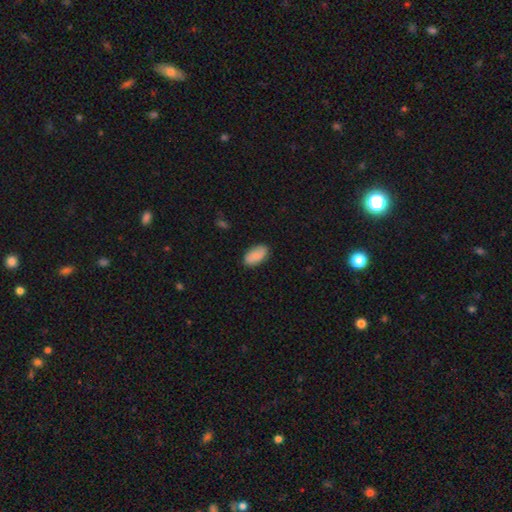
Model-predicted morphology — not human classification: Q: Smooth or featured?
A: smooth (79%); runner-up: featured or disk (15%)
Q: How rounded?
A: in between (94%); runner-up: round (3%)
Q: Merging?
A: none (85%); runner-up: minor disturbance (12%)